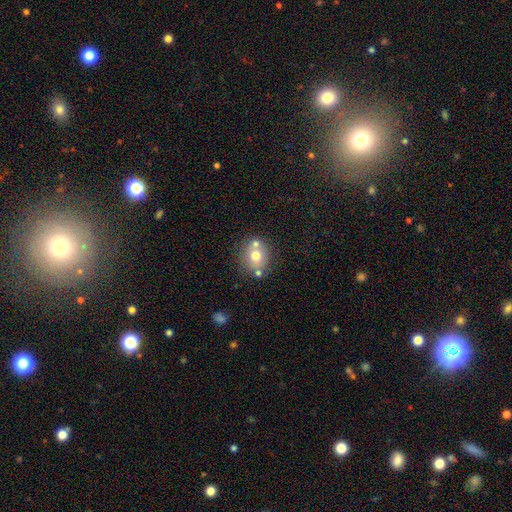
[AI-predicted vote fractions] Morphology: type=smooth (68%); roundness=round (78%); merging=none (62%).